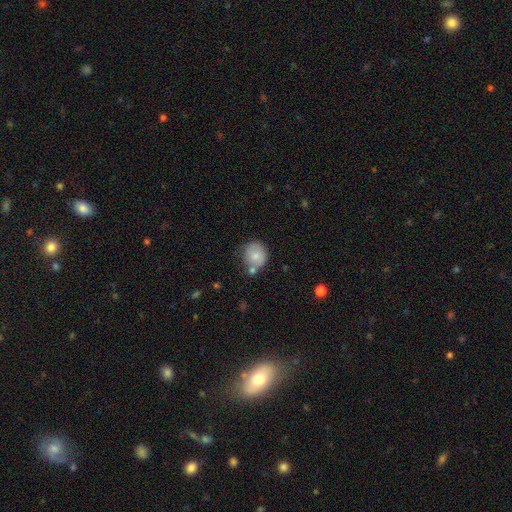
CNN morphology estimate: Overall: smooth (75%). How rounded: round (81%). Merging: none (58%; minor disturbance 20%).